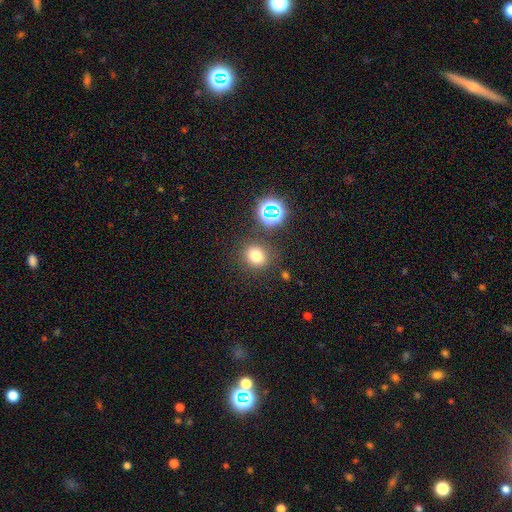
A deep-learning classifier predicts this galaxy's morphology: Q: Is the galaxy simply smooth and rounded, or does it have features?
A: smooth — 73%.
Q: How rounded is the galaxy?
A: round — 76%.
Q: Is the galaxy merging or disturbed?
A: none — 83%.